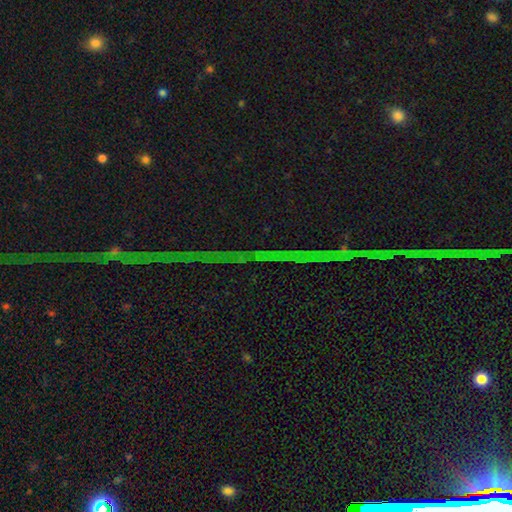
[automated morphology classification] type=star or artifact (86%).